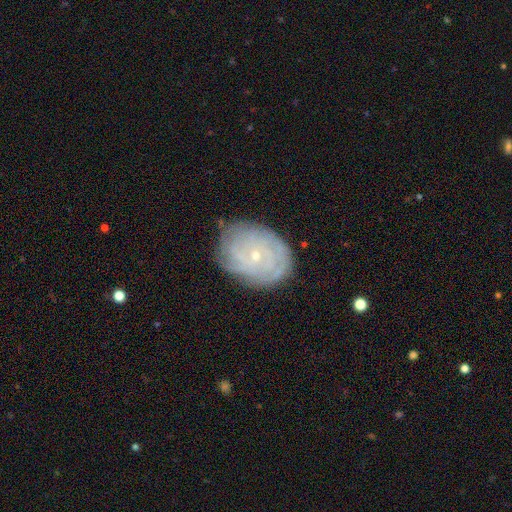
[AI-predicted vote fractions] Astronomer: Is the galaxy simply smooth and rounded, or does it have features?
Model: featured or disk — 73%.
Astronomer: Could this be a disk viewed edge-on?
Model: no — 97%.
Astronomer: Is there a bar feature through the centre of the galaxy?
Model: no — 82%.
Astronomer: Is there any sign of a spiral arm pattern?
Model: yes — 90%.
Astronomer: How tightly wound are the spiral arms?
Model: tight — 81%.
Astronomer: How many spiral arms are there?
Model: can't tell — 47%.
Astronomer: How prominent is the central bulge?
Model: small — 84%.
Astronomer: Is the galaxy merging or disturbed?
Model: none — 78%.